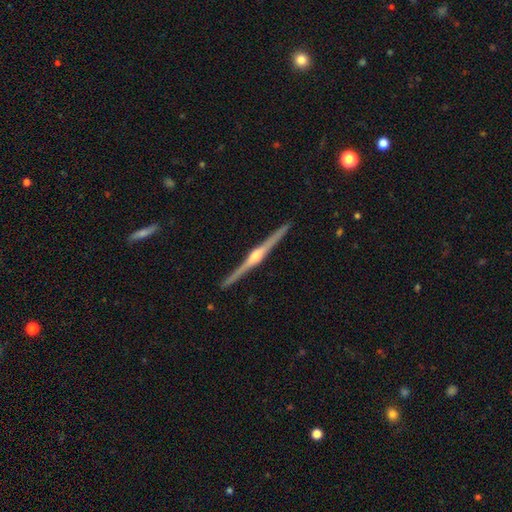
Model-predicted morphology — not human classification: The model was most divided on "smooth or featured": featured or disk: 88%, smooth: 7%, star or artifact: 5%. More confident: edge-on disk — yes (99%); merging — none (93%); edge-on bulge — rounded (91%).